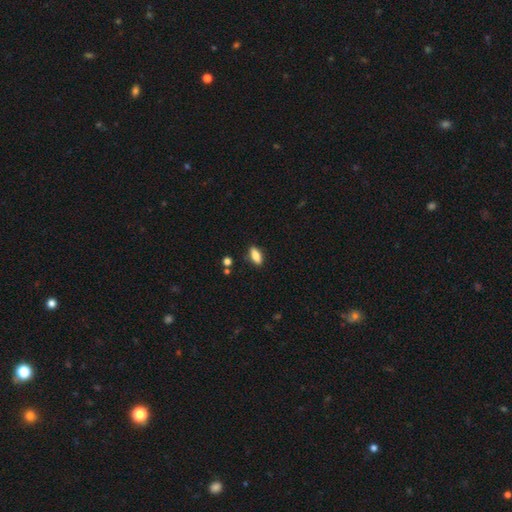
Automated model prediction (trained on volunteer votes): Smooth or featured? Predicted: smooth (p=0.80). How rounded? Predicted: in between (p=0.77). Merging? Predicted: none (p=0.86).